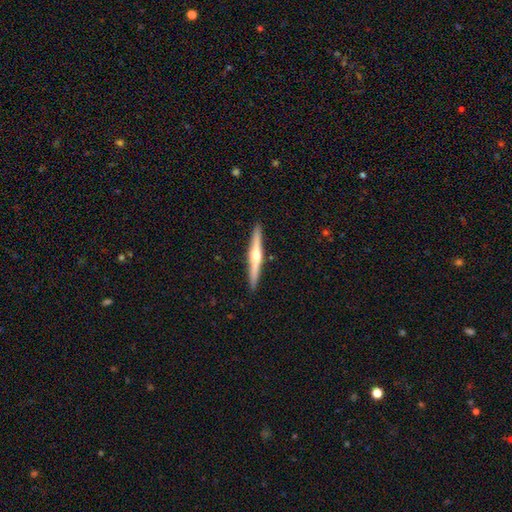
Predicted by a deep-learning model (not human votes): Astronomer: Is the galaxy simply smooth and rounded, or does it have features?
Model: featured or disk — 70%.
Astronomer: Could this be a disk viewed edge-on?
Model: yes — 98%.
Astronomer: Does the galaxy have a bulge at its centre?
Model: rounded — 92%.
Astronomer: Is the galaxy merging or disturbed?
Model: none — 92%.